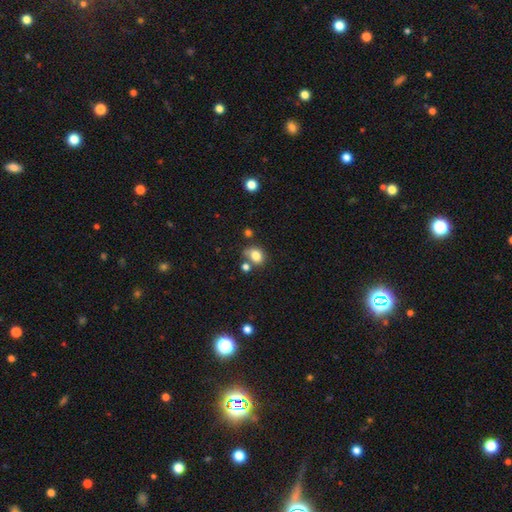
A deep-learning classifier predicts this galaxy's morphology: Smooth or featured? Predicted: smooth (p=0.80). How rounded? Predicted: in between (p=0.57). Merging? Predicted: none (p=0.53).